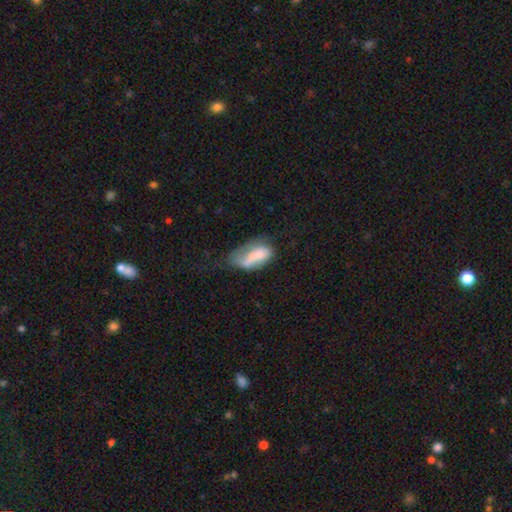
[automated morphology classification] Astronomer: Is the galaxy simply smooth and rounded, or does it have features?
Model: smooth — 64%.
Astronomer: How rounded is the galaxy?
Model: in between — 87%.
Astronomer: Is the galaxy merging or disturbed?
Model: major disturbance — 35% (runner-up: minor disturbance, 30%).